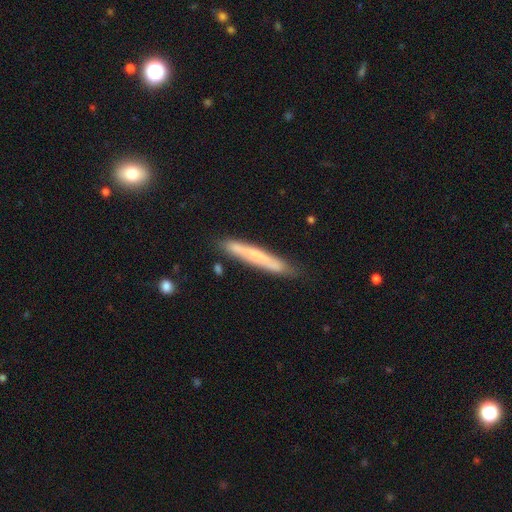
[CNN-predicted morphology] smooth 55%, featured or disk 38%, star or artifact 7%. Down the decision tree: how rounded — cigar-shaped (95%); merging — none (79%).